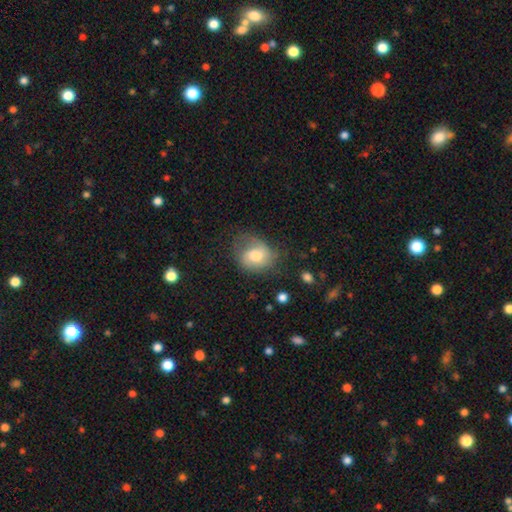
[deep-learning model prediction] A smooth galaxy with no disk features (55%) that is round (51%). Merging: none (51%).